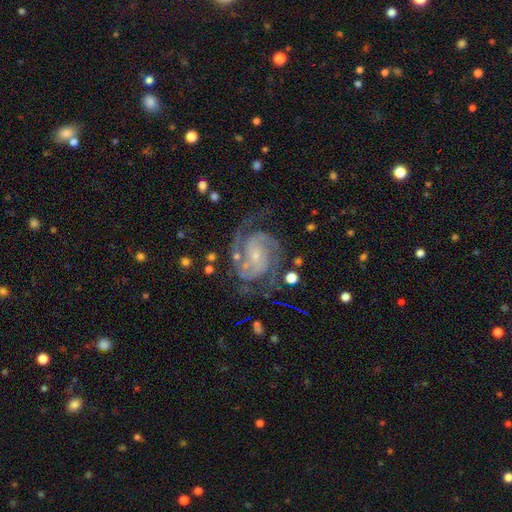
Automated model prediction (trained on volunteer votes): This is clearly a featured or disk galaxy (91%). It is clearly not viewed edge-on (98%). Bar: possibly no (55%). Spiral arm pattern: clearly yes (98%). Spiral arm count: likely 2 (65%). Spiral winding: possibly tight (52%). Central bulge: likely small (78%). Merging: likely none (70%).